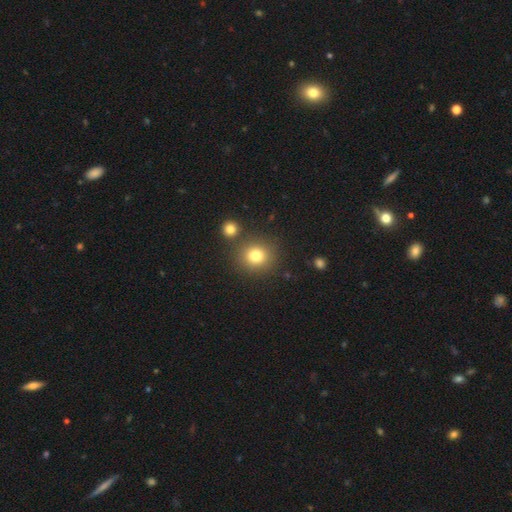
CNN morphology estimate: Smooth or featured? Predicted: smooth (p=0.79). How rounded? Predicted: round (p=0.87). Merging? Predicted: none (p=0.80).